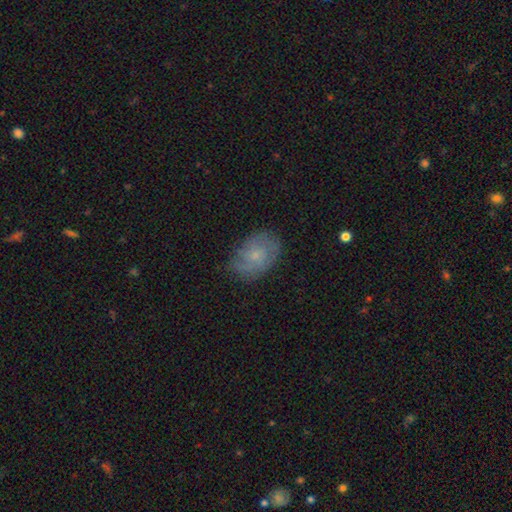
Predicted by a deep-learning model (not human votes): Morphology: type=smooth (47%); merging=none (72%).